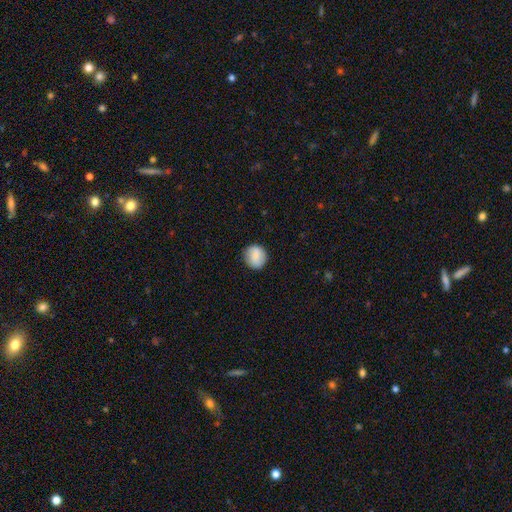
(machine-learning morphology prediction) A smooth galaxy with no disk features (81%) that is round (84%). Merging: none (87%).